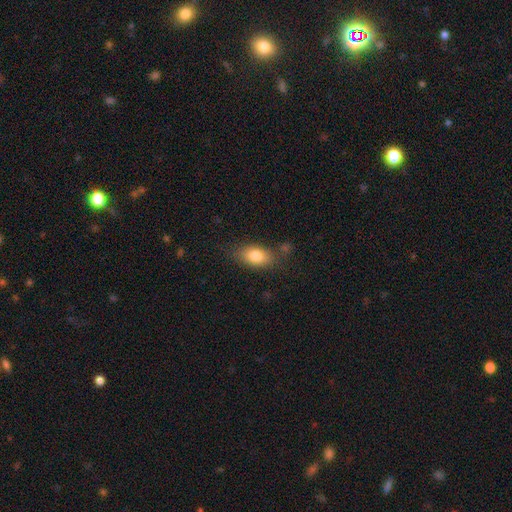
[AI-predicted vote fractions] smooth_or_featured: smooth (p=0.81) [alt: featured or disk p=0.11]
how_rounded: in between (p=0.86) [alt: round p=0.09]
merging: none (p=0.73) [alt: minor disturbance p=0.17]